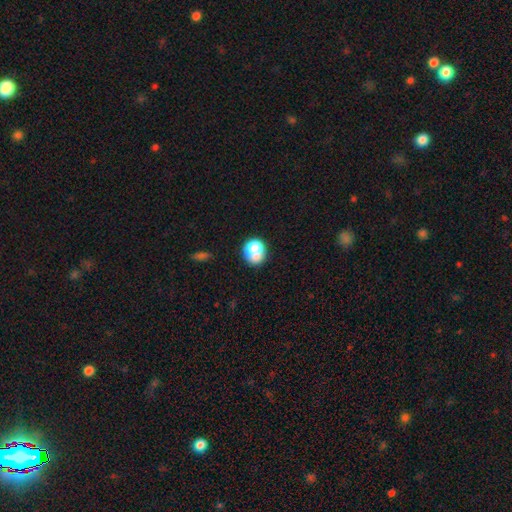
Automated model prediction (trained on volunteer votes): Smooth or featured? smooth (71%)
How rounded? round (67%)
Merging? none (39%)